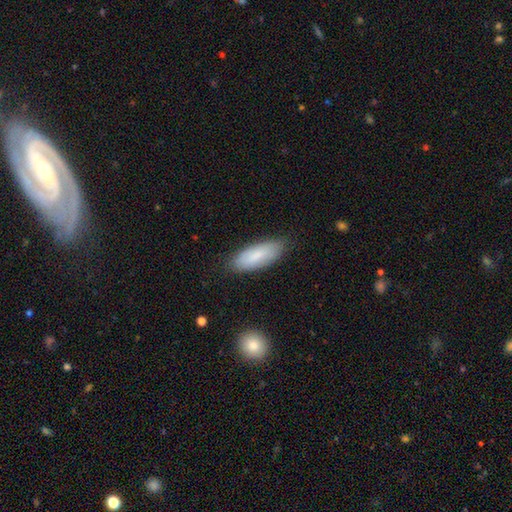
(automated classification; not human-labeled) smooth-or-featured: smooth: 82% | featured or disk: 12% | star or artifact: 6%
  how-rounded: in between: 71% | cigar-shaped: 27% | round: 2%
  merging: none: 80% | minor disturbance: 16% | major disturbance: 3% | merger: 2%